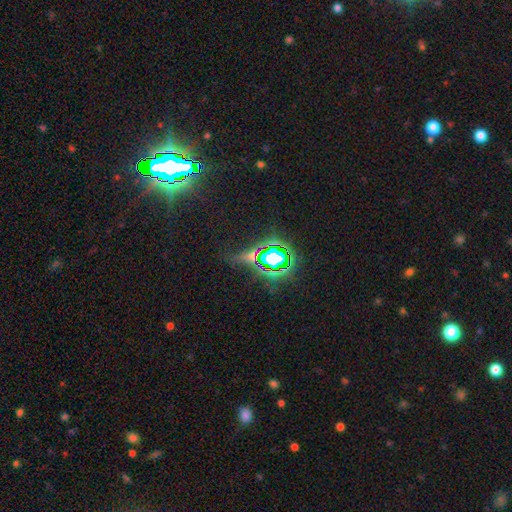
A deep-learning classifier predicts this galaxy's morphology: Overall: star or artifact (67%).